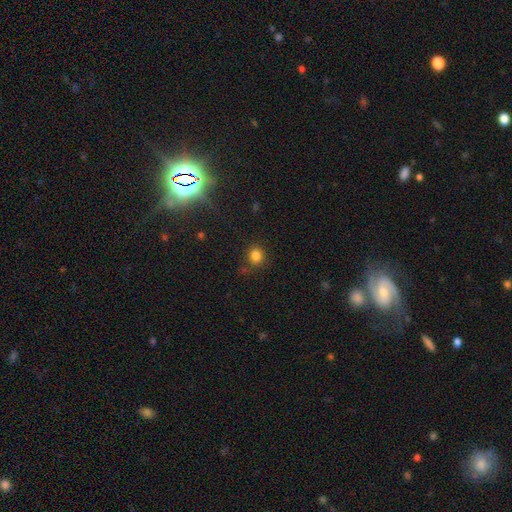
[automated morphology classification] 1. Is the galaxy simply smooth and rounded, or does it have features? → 81% smooth, 14% star or artifact, 5% featured or disk.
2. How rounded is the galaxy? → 80% round, 19% in between, 1% cigar-shaped.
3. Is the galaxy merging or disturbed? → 81% none, 11% minor disturbance, 4% major disturbance, 4% merger.